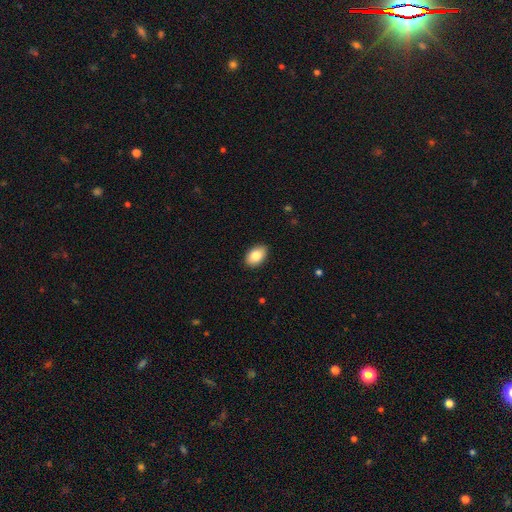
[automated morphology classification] smooth-or-featured: smooth: 83% | featured or disk: 10% | star or artifact: 7%
  how-rounded: in between: 89% | round: 9% | cigar-shaped: 1%
  merging: none: 87% | minor disturbance: 10% | major disturbance: 2% | merger: 1%